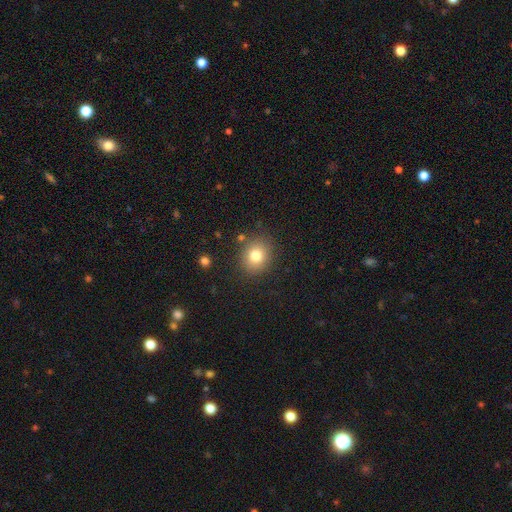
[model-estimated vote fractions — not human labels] The model was most divided on "how rounded": round: 72%, in between: 27%, cigar-shaped: 1%. More confident: merging — none (85%); smooth or featured — smooth (78%).